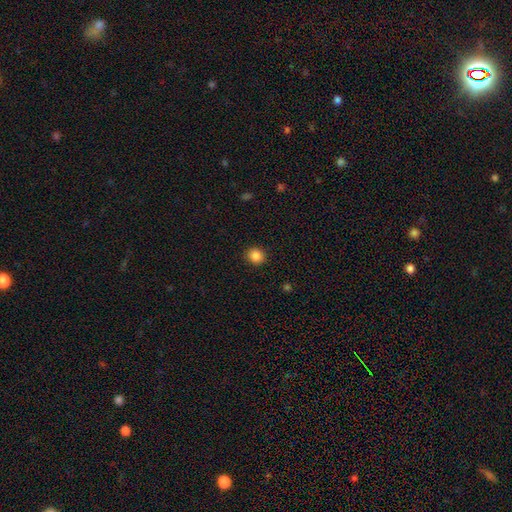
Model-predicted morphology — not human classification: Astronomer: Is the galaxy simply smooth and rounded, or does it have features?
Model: smooth — 86%.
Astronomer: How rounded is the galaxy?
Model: round — 80%.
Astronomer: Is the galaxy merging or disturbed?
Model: none — 89%.